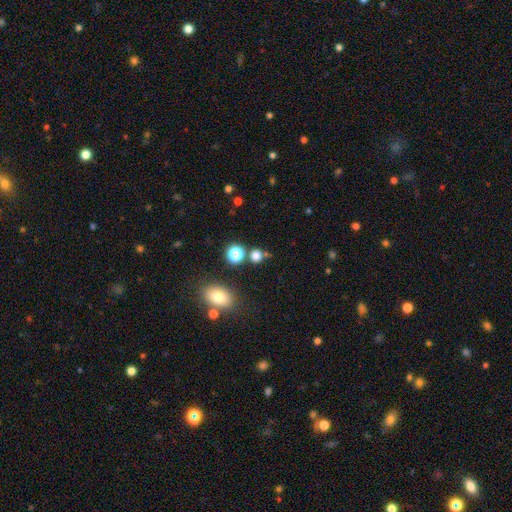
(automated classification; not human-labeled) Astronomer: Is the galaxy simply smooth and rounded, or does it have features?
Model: smooth — 72%.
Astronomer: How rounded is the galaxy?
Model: round — 86%.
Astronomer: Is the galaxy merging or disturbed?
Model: none — 74%.